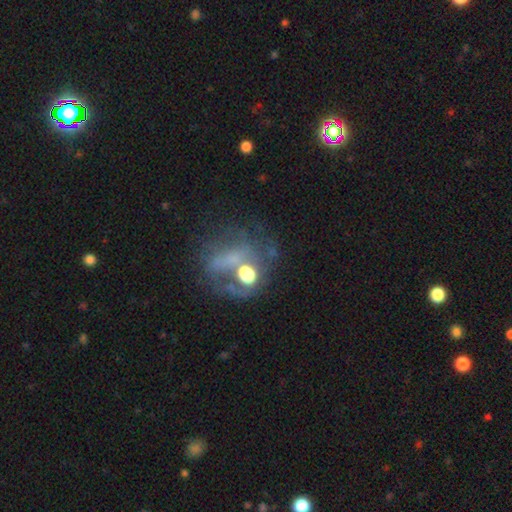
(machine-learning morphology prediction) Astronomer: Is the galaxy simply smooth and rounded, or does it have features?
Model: featured or disk — 46% (runner-up: star or artifact, 29%).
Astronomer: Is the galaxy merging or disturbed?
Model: none — 44% (runner-up: major disturbance, 23%).